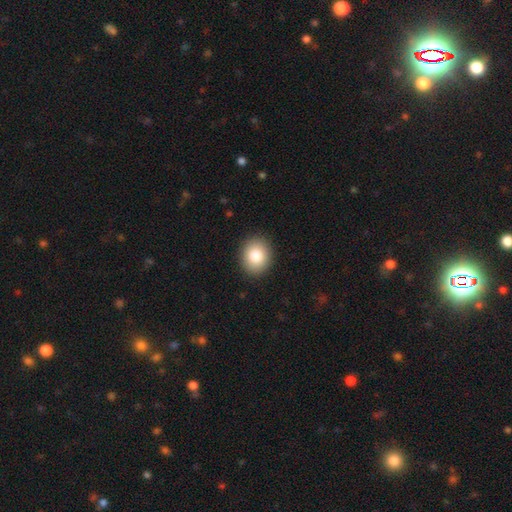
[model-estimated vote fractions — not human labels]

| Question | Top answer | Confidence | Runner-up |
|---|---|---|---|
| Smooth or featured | smooth | 83% | star or artifact (9%) |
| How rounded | round | 62% | in between (38%) |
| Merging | none | 91% | minor disturbance (6%) |